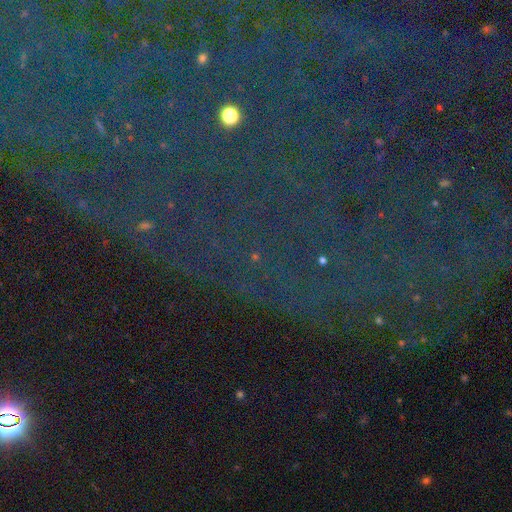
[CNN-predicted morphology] A star or artifact, not a galaxy (85%).

Vote fractions:
- Smooth or featured? star or artifact: 85% / featured or disk: 7% / smooth: 7%